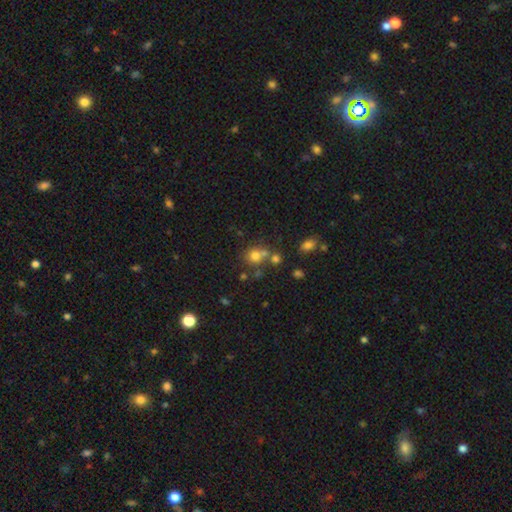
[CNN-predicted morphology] Smooth or featured?
  - smooth: 72% *
  - star or artifact: 17%
  - featured or disk: 11%
How rounded?
  - round: 81% *
  - in between: 18%
  - cigar-shaped: 1%
Merging?
  - none: 54% *
  - merger: 31%
  - minor disturbance: 11%
  - major disturbance: 5%